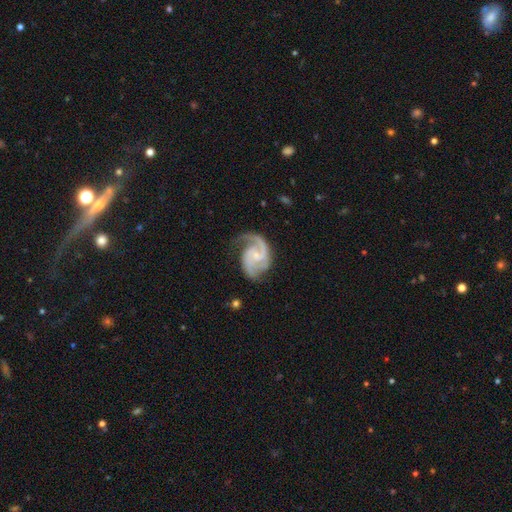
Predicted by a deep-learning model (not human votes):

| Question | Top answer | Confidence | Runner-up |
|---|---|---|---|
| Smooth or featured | featured or disk | 90% | smooth (6%) |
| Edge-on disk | no | 98% | yes (2%) |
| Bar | no | 50% | weak (42%) |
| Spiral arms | yes | 98% | no (2%) |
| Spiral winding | medium | 58% | tight (23%) |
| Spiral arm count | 2 | 79% | 3 (8%) |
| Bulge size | small | 58% | moderate (22%) |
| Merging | none | 62% | minor disturbance (22%) |